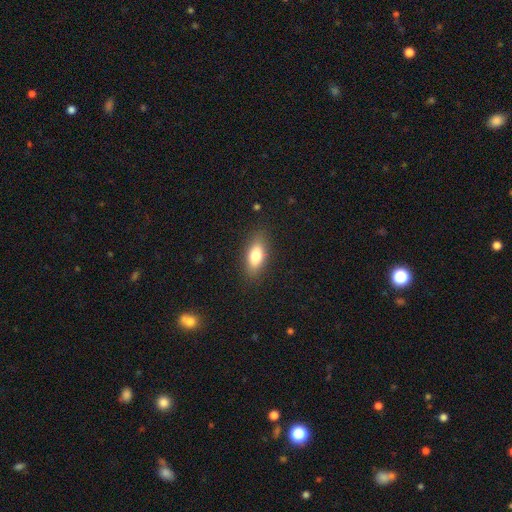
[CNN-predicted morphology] This is likely a smooth galaxy (78%). How rounded: likely in between (80%). Merging: clearly none (85%).